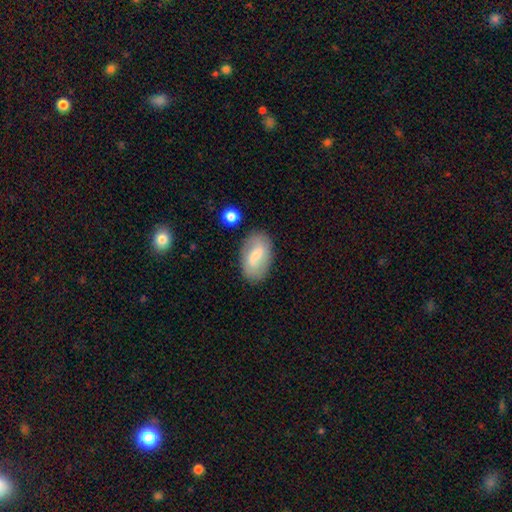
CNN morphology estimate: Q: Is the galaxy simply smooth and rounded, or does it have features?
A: smooth — 54%.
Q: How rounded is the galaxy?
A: in between — 92%.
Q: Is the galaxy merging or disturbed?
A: none — 80%.